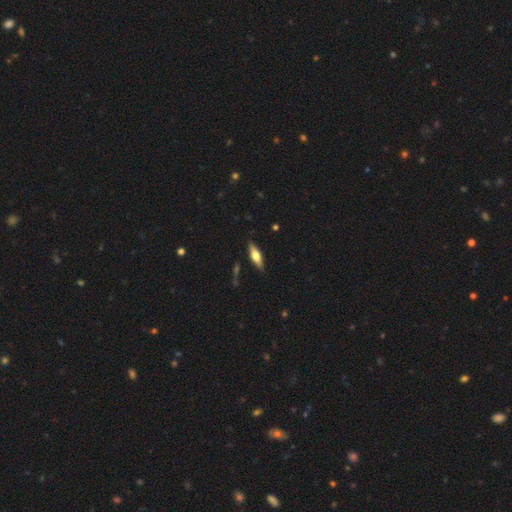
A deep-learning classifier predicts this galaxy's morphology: A smooth galaxy with no disk features (48%).

Vote fractions:
- Smooth or featured? smooth: 48% / featured or disk: 46% / star or artifact: 6%
- Merging? none: 85% / minor disturbance: 11% / major disturbance: 2% / merger: 2%